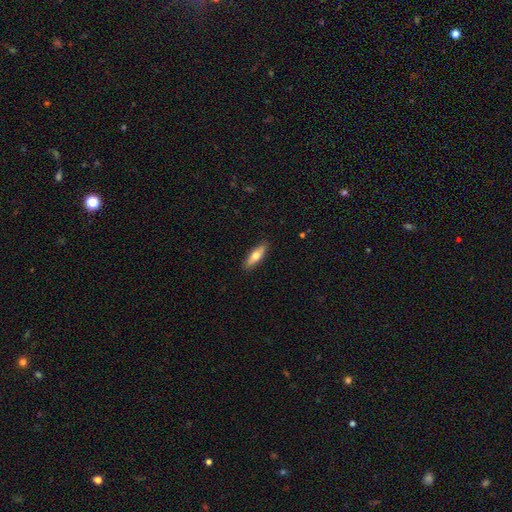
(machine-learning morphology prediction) Smooth or featured?
  - smooth: 64% *
  - featured or disk: 31%
  - star or artifact: 6%
How rounded?
  - cigar-shaped: 50% *
  - in between: 48%
  - round: 2%
Merging?
  - none: 88% *
  - minor disturbance: 9%
  - major disturbance: 2%
  - merger: 1%